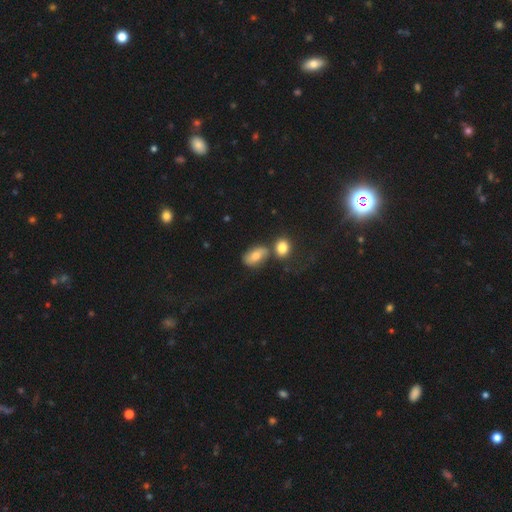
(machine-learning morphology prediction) Overall: smooth (71%). How rounded: in between (84%). Merging: none (53%; merger 28%).